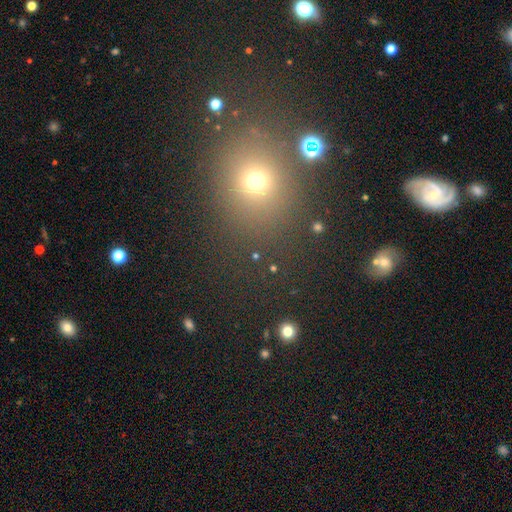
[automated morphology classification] Q: Smooth or featured?
A: smooth (53%); runner-up: star or artifact (39%)
Q: How rounded?
A: round (84%); runner-up: in between (14%)
Q: Merging?
A: none (83%); runner-up: minor disturbance (8%)